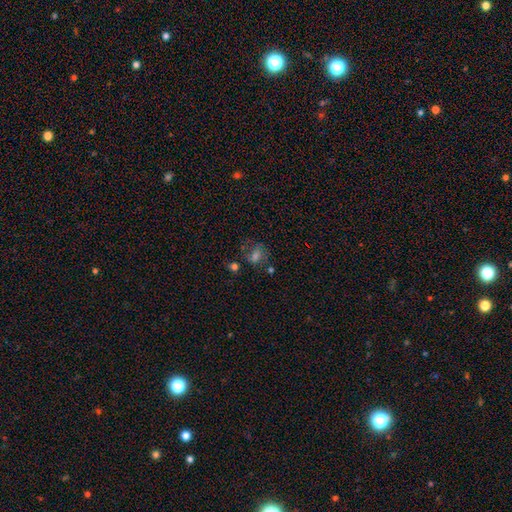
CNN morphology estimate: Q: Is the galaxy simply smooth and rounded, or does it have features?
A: smooth — 51%.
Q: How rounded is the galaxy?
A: in between — 54%.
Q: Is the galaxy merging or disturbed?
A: none — 55%.